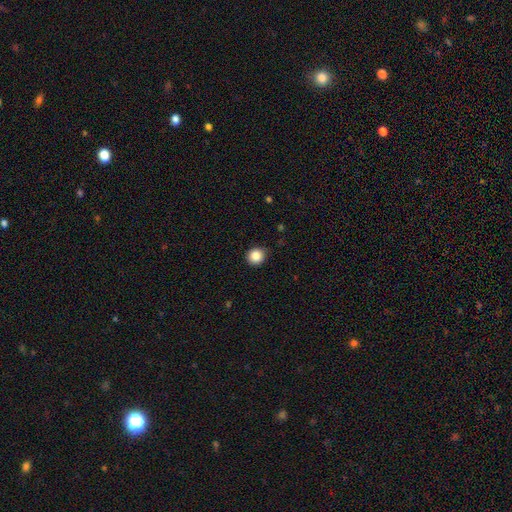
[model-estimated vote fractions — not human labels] smooth 86%, star or artifact 10%, featured or disk 4%. Down the decision tree: how rounded — round (90%); merging — none (87%).